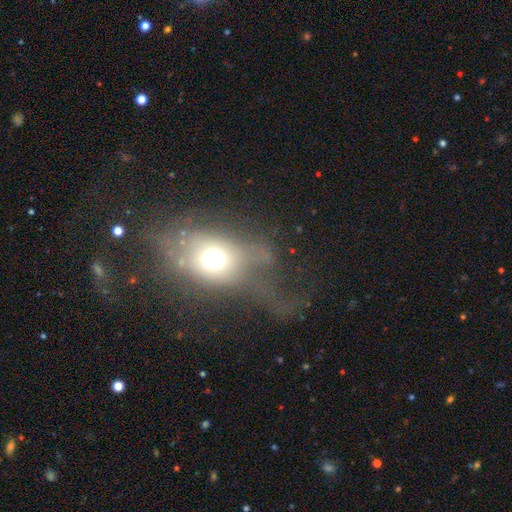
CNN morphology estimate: Smooth or featured? Predicted: featured or disk (p=0.44). Merging? Predicted: major disturbance (p=0.52).